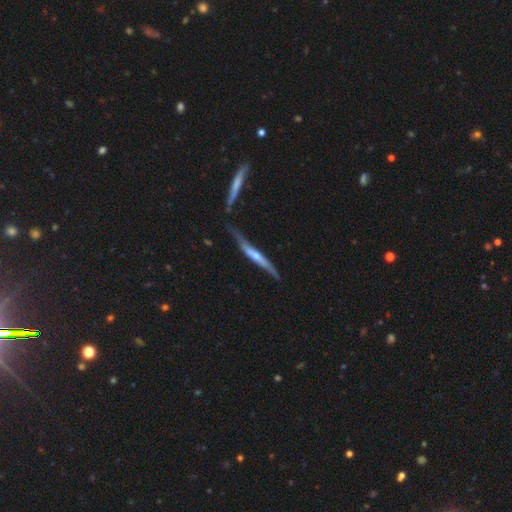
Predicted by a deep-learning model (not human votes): Morphology: type=featured or disk (69%); edge-on=yes (89%); edge-on bulge=rounded (65%); merging=none (57%).